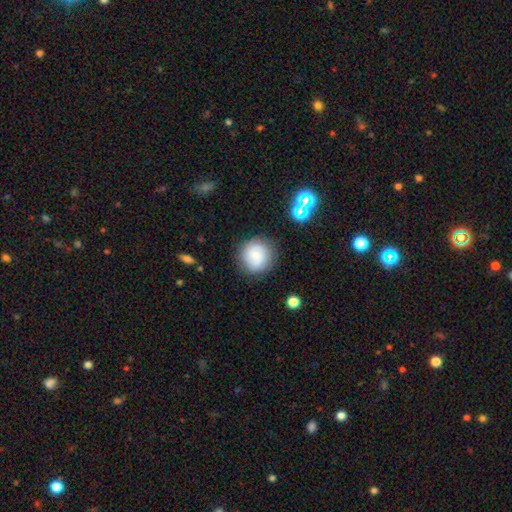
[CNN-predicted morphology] Q: Smooth or featured?
A: smooth (69%); runner-up: featured or disk (21%)
Q: How rounded?
A: round (91%); runner-up: in between (8%)
Q: Merging?
A: none (83%); runner-up: minor disturbance (11%)